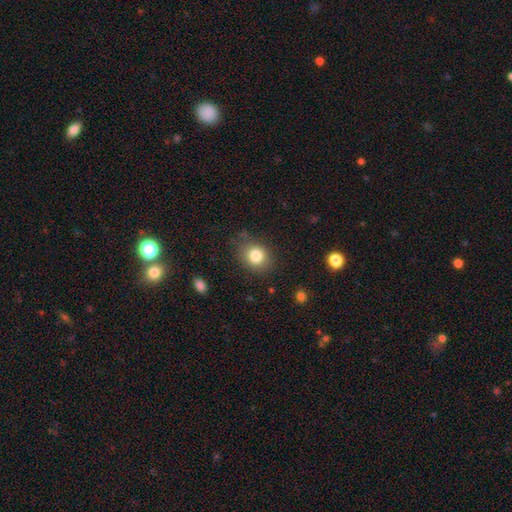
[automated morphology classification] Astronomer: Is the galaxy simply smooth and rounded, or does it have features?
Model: smooth — 83%.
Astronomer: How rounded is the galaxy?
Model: round — 61% (runner-up: in between, 38%).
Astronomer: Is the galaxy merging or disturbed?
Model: none — 78%.